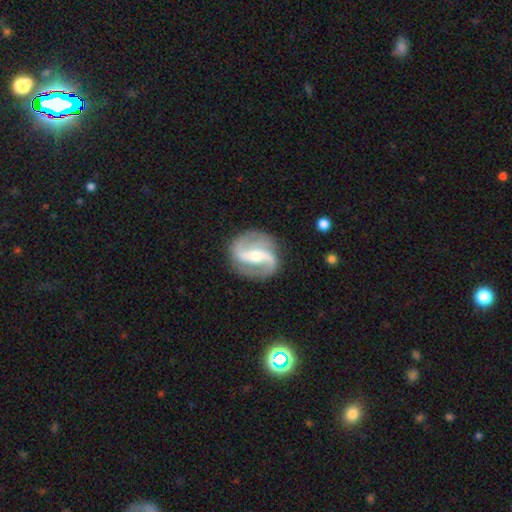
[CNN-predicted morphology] smooth_or_featured: featured or disk (p=0.89) [alt: smooth p=0.06]
disk_edge_on: no (p=0.97) [alt: yes p=0.03]
bar: strong (p=0.53) [alt: weak p=0.30]
has_spiral_arms: yes (p=0.96) [alt: no p=0.04]
spiral_winding: medium (p=0.47) [alt: loose p=0.34]
spiral_arm_count: 2 (p=0.92) [alt: can't tell p=0.02]
bulge_size: moderate (p=0.52) [alt: small p=0.43]
merging: none (p=0.85) [alt: minor disturbance p=0.10]